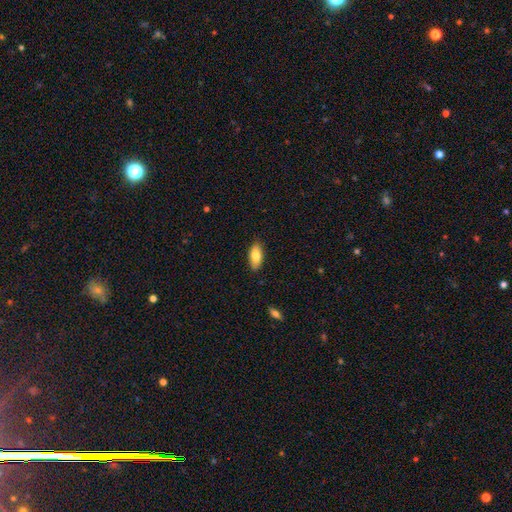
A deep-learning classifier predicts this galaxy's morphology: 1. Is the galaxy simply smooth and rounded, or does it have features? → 81% smooth, 13% featured or disk, 7% star or artifact.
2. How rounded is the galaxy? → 87% in between, 11% cigar-shaped, 2% round.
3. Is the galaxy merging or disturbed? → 87% none, 10% minor disturbance, 2% major disturbance, 1% merger.